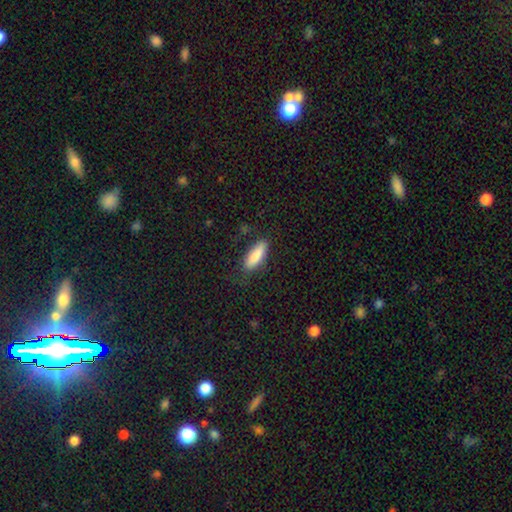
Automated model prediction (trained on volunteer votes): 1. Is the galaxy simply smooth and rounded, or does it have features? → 85% smooth, 9% featured or disk, 6% star or artifact.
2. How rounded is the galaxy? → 57% in between, 41% cigar-shaped, 2% round.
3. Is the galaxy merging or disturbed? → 76% none, 17% minor disturbance, 5% major disturbance, 2% merger.